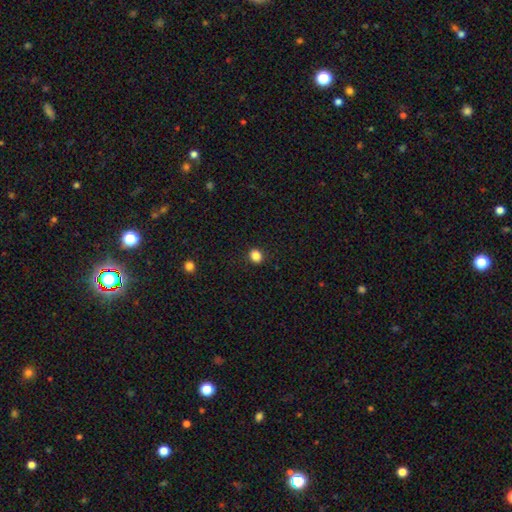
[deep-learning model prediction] Morphology: type=smooth (85%); roundness=round (73%); merging=none (90%).